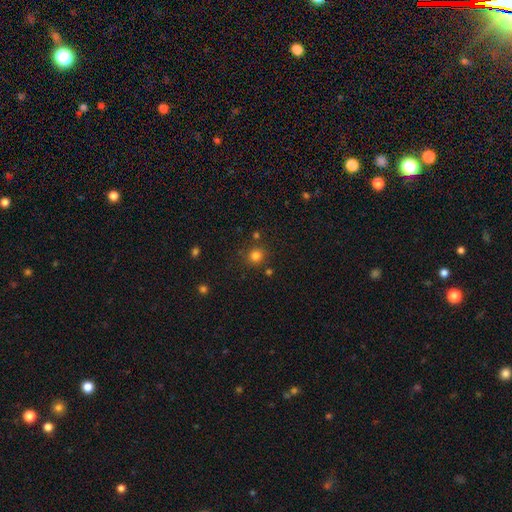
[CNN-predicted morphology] Smooth or featured?
  - smooth: 80% *
  - star or artifact: 15%
  - featured or disk: 5%
How rounded?
  - round: 92% *
  - in between: 7%
  - cigar-shaped: 1%
Merging?
  - none: 83% *
  - minor disturbance: 8%
  - merger: 6%
  - major disturbance: 3%